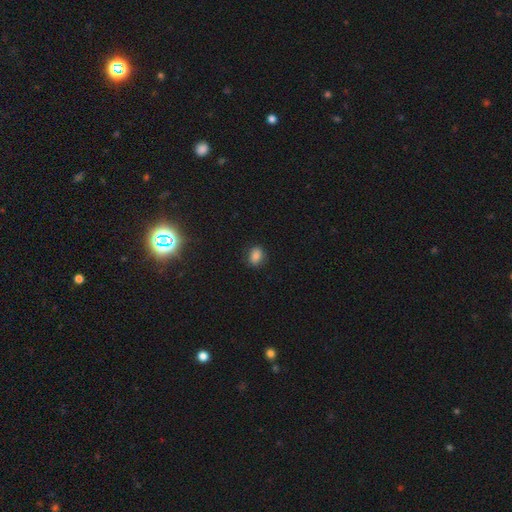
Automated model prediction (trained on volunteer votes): Smooth or featured?
  - smooth: 84% *
  - star or artifact: 11%
  - featured or disk: 5%
How rounded?
  - in between: 63% *
  - round: 36%
  - cigar-shaped: 1%
Merging?
  - none: 85% *
  - minor disturbance: 11%
  - major disturbance: 3%
  - merger: 1%